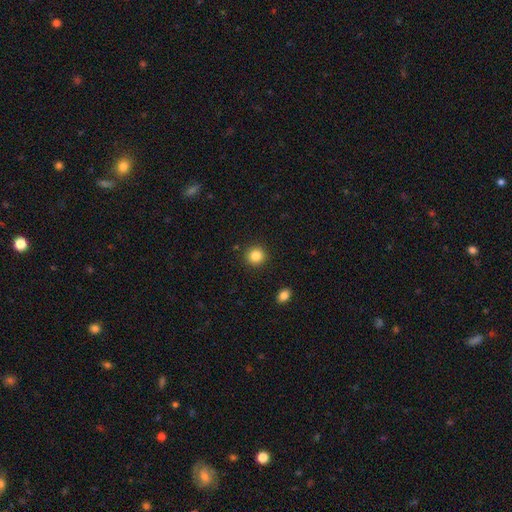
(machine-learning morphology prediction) Smooth or featured? Predicted: smooth (p=0.85). How rounded? Predicted: round (p=0.92). Merging? Predicted: none (p=0.91).